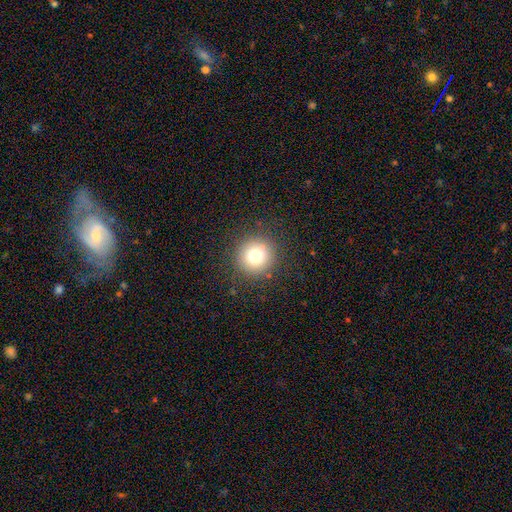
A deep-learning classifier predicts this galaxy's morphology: Smooth or featured?
  - smooth: 76% *
  - star or artifact: 13%
  - featured or disk: 11%
How rounded?
  - round: 95% *
  - in between: 4%
  - cigar-shaped: 1%
Merging?
  - none: 90% *
  - minor disturbance: 6%
  - major disturbance: 3%
  - merger: 1%